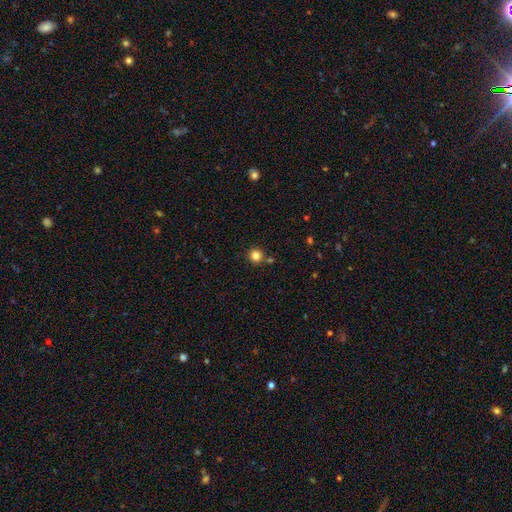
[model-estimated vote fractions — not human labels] Overall: smooth (82%). How rounded: round (95%). Merging: none (83%).